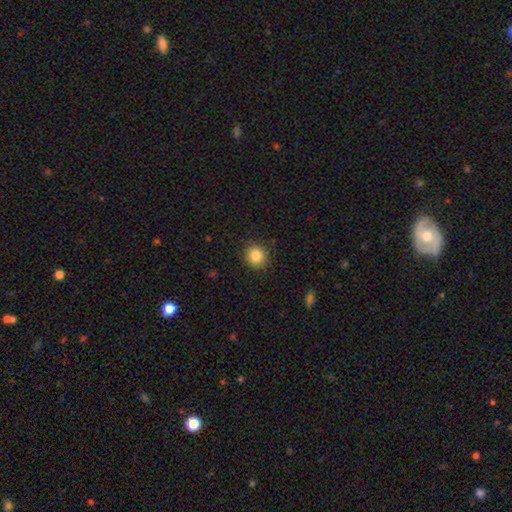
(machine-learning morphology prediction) type=smooth (84%); roundness=round (92%); merging=none (90%).